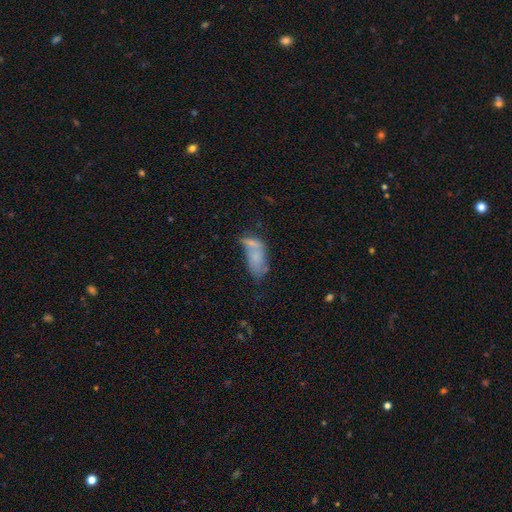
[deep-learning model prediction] smooth_or_featured: smooth (p=0.58) [alt: featured or disk p=0.31]
how_rounded: in between (p=0.86) [alt: cigar-shaped p=0.10]
merging: merger (p=0.37) [alt: none p=0.24]